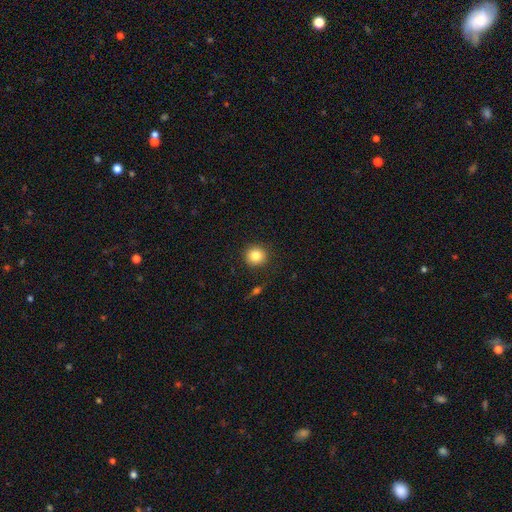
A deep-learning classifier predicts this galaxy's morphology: Q: Smooth or featured?
A: smooth (83%); runner-up: star or artifact (10%)
Q: How rounded?
A: round (93%); runner-up: in between (6%)
Q: Merging?
A: none (90%); runner-up: minor disturbance (6%)